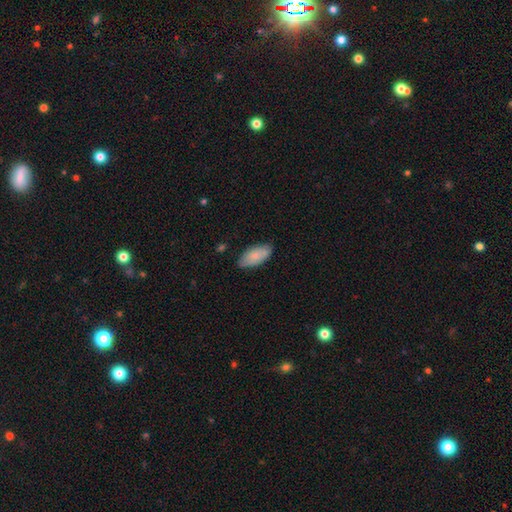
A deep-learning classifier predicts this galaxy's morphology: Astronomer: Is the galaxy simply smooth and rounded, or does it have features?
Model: smooth — 81%.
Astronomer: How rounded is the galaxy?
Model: in between — 91%.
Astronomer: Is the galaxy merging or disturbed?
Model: none — 74%.